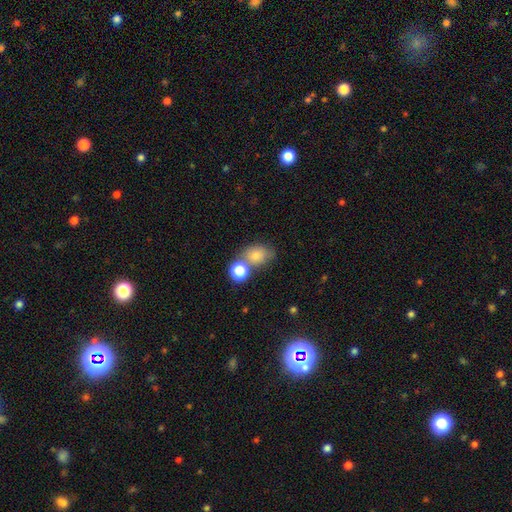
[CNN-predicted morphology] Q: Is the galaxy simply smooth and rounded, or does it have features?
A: smooth — 80%.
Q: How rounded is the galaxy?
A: in between — 57%.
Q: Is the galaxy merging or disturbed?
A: none — 45%.